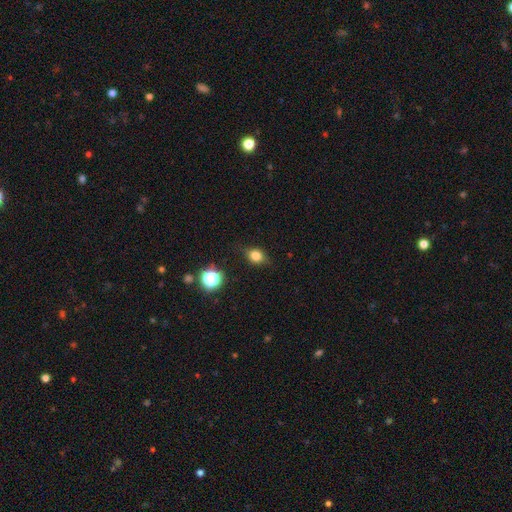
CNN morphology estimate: Smooth or featured? smooth (79%)
How rounded? in between (56%)
Merging? none (79%)